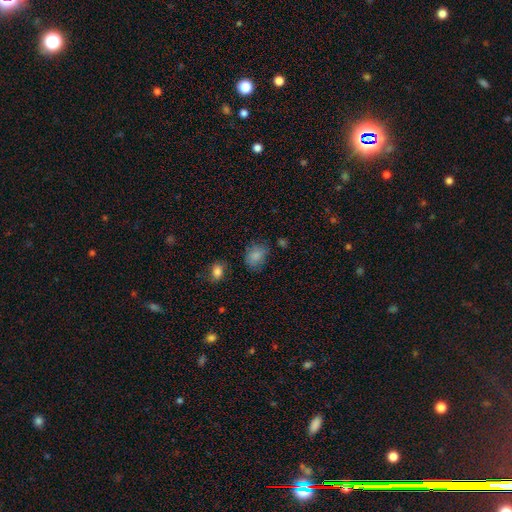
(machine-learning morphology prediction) smooth 84%, star or artifact 10%, featured or disk 7%. Down the decision tree: how rounded — in between (62%); merging — none (70%).